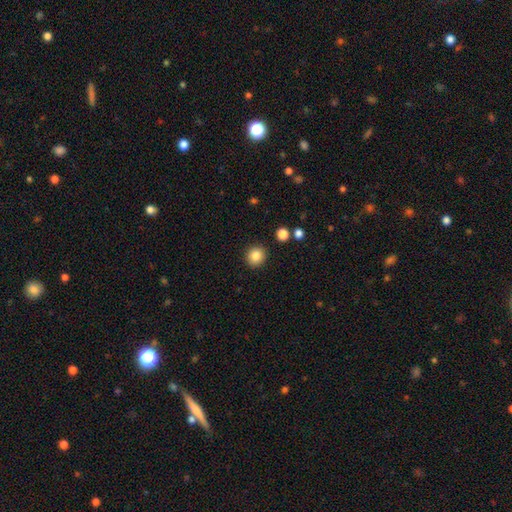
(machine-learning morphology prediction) This is clearly a smooth galaxy (84%). How rounded: clearly round (89%). Merging: clearly none (91%).